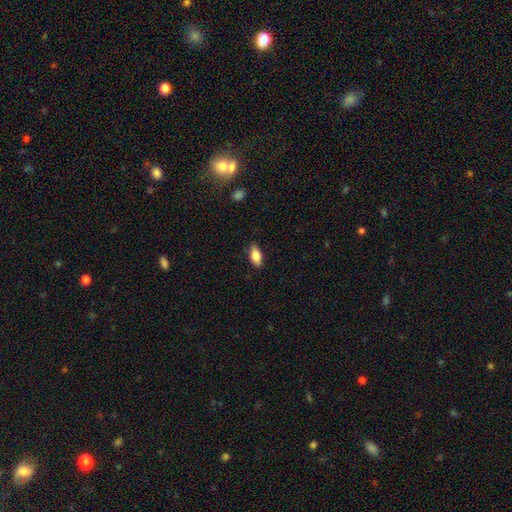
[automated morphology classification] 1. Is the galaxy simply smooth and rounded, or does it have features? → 83% smooth, 10% featured or disk, 7% star or artifact.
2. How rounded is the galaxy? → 88% in between, 10% cigar-shaped, 3% round.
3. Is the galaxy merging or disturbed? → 86% none, 11% minor disturbance, 2% major disturbance, 1% merger.